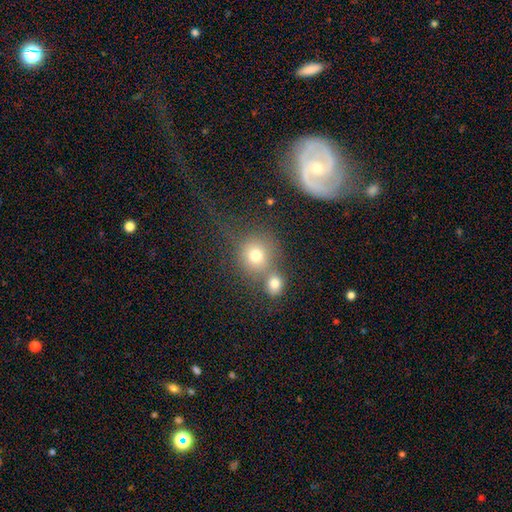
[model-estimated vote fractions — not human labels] The model was most divided on "merging": merger: 43%, none: 42%, minor disturbance: 9%, major disturbance: 6%. More confident: how rounded — round (84%); smooth or featured — smooth (73%).